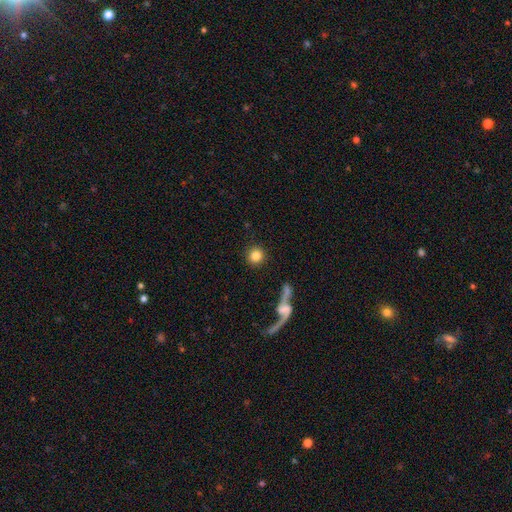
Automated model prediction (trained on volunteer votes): smooth_or_featured: smooth (p=0.82) [alt: star or artifact p=0.09]
how_rounded: round (p=0.95) [alt: in between p=0.04]
merging: none (p=0.86) [alt: minor disturbance p=0.06]